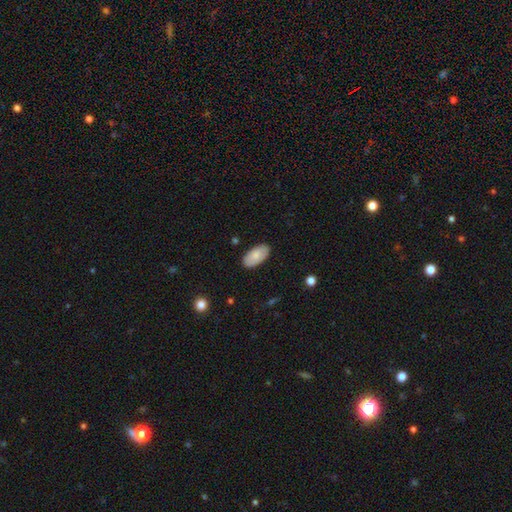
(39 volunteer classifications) This is clearly a smooth galaxy (87%). How rounded: clearly in between (100%). Merging: clearly none (97%).